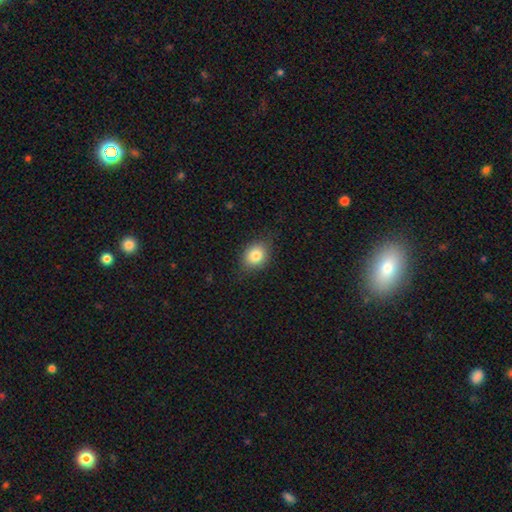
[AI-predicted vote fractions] A smooth galaxy with no disk features (81%) that is in between round and cigar-shaped (52%). Merging: none (78%).